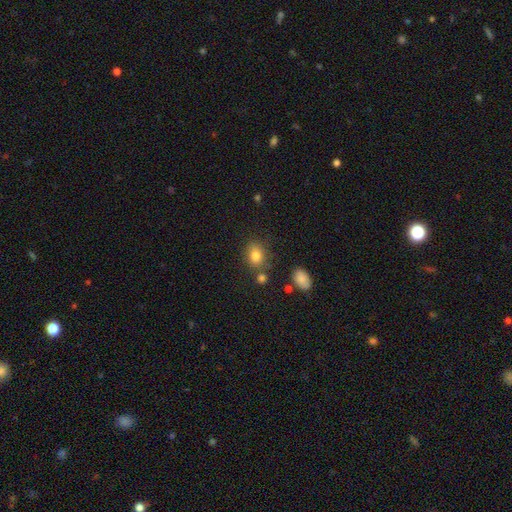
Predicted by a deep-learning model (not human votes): Overall: smooth (81%). How rounded: in between (56%; round 42%). Merging: none (71%).